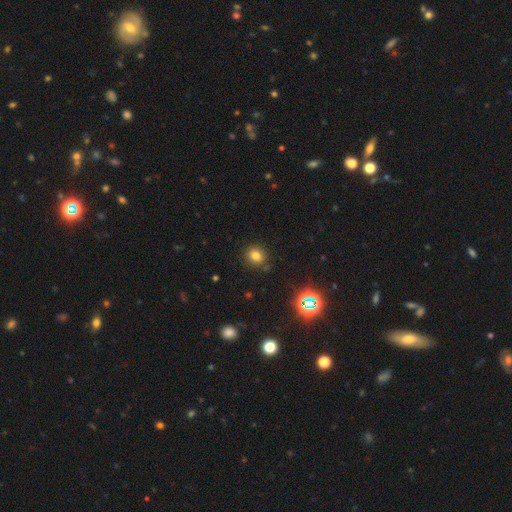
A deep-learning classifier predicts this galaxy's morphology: A smooth galaxy with no disk features (76%) that is round (74%).

Vote fractions:
- Smooth or featured? smooth: 76% / star or artifact: 17% / featured or disk: 7%
- How rounded? round: 74% / in between: 25% / cigar-shaped: 1%
- Merging? none: 85% / minor disturbance: 10% / major disturbance: 3% / merger: 2%